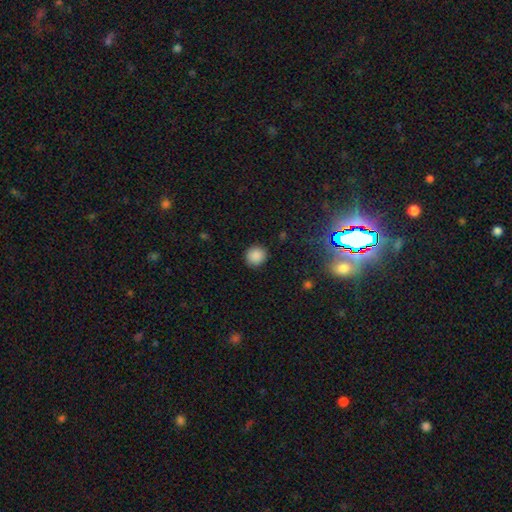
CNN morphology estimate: The model was most divided on "smooth or featured": smooth: 87%, star or artifact: 10%, featured or disk: 3%. More confident: how rounded — round (90%); merging — none (90%).